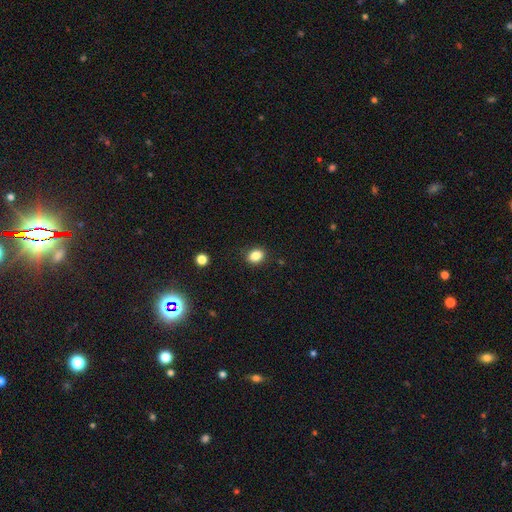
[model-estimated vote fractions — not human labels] smooth 85%, star or artifact 10%, featured or disk 5%. Down the decision tree: how rounded — in between (67%); merging — none (87%).